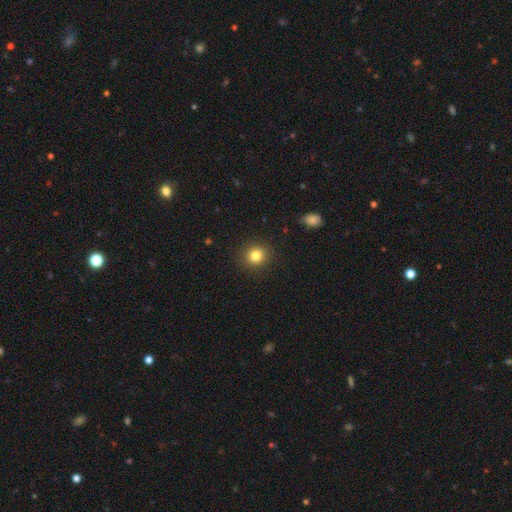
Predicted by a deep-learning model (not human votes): The model was most divided on "smooth or featured": smooth: 82%, star or artifact: 11%, featured or disk: 6%. More confident: merging — none (90%); how rounded — round (85%).